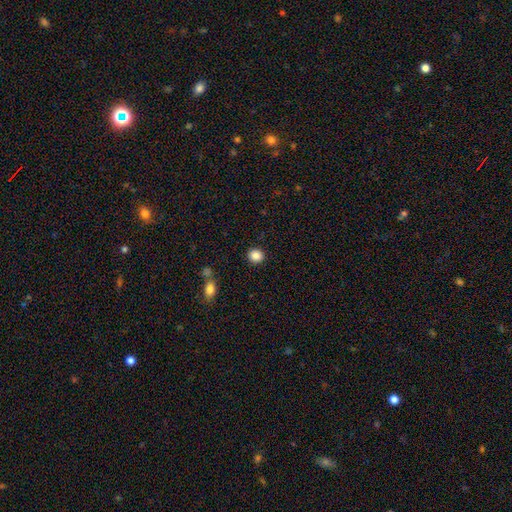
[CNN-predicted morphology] Smooth or featured? smooth (87%)
How rounded? round (84%)
Merging? none (90%)